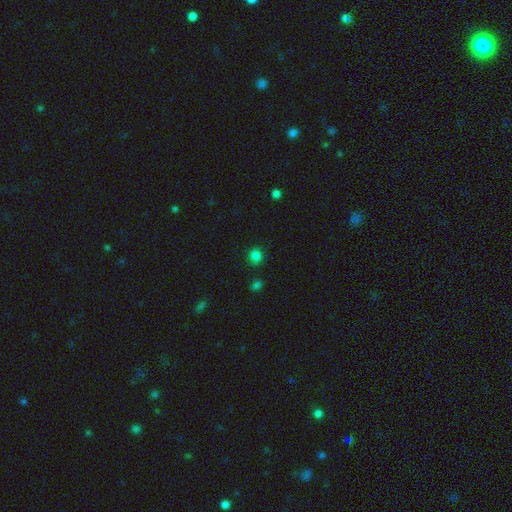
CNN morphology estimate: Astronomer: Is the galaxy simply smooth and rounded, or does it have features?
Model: smooth — 82%.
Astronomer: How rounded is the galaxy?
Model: round — 82%.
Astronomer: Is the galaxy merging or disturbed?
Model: none — 82%.